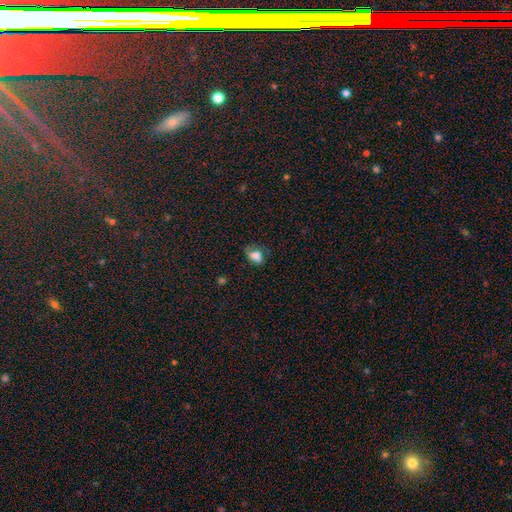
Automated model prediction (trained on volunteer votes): smooth 69%, featured or disk 16%, star or artifact 15%. Down the decision tree: how rounded — in between (78%); merging — none (43%).